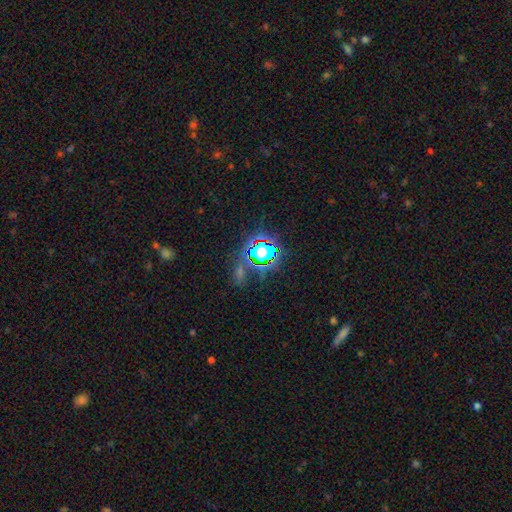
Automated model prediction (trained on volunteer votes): The model was most divided on "smooth or featured": star or artifact: 74%, smooth: 17%, featured or disk: 9%.